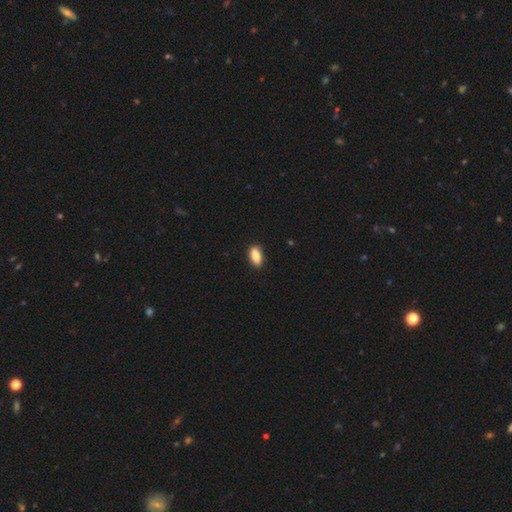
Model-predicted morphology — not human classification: Q: Smooth or featured?
A: smooth (87%); runner-up: star or artifact (7%)
Q: How rounded?
A: in between (88%); runner-up: cigar-shaped (9%)
Q: Merging?
A: none (87%); runner-up: minor disturbance (10%)